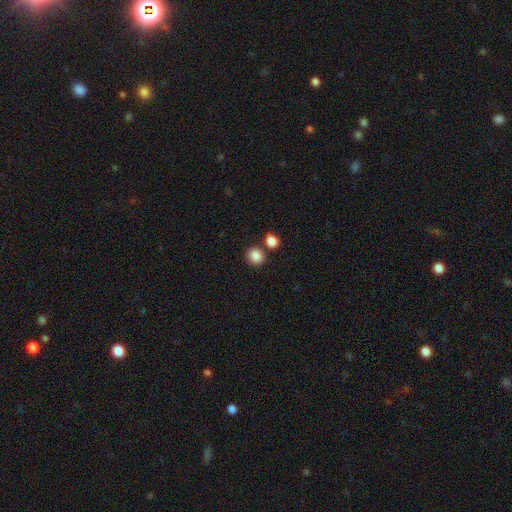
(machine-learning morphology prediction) smooth_or_featured: smooth (p=0.87) [alt: star or artifact p=0.09]
how_rounded: round (p=0.80) [alt: in between p=0.19]
merging: none (p=0.73) [alt: merger p=0.15]